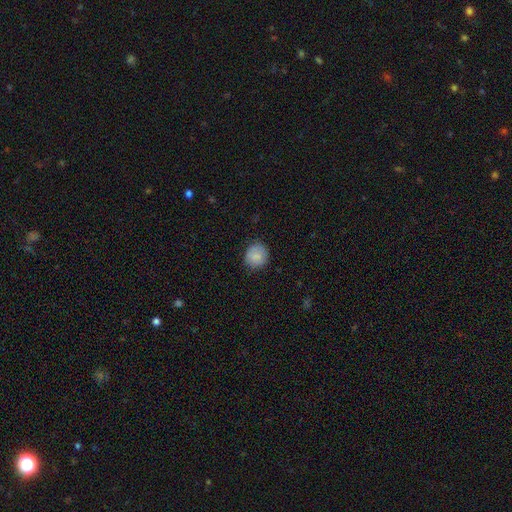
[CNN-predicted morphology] The model was most divided on "merging": none: 82%, minor disturbance: 14%, major disturbance: 3%, merger: 1%. More confident: how rounded — round (85%); smooth or featured — smooth (85%).